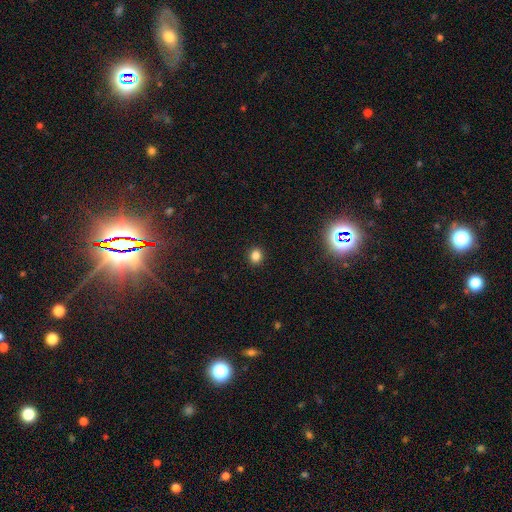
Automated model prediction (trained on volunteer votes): A smooth galaxy with no disk features (84%) that is round (81%). Merging: none (92%).